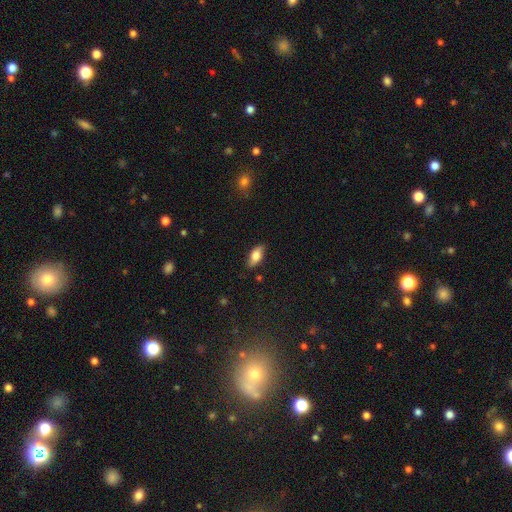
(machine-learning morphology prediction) The model was most divided on "smooth or featured": smooth: 74%, featured or disk: 20%, star or artifact: 7%. More confident: how rounded — in between (84%); merging — none (84%).